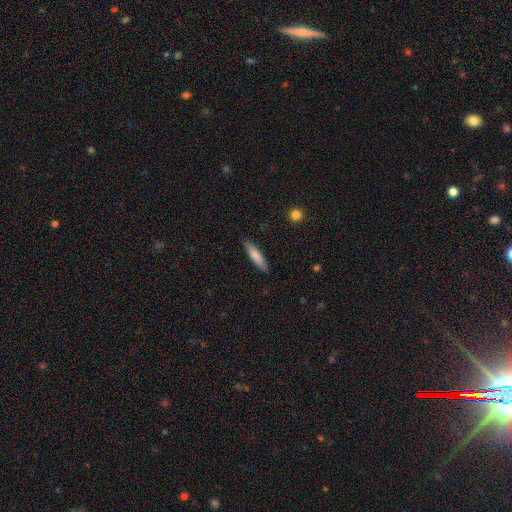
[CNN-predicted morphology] Smooth or featured? Predicted: smooth (p=0.79). How rounded? Predicted: cigar-shaped (p=0.79). Merging? Predicted: none (p=0.89).